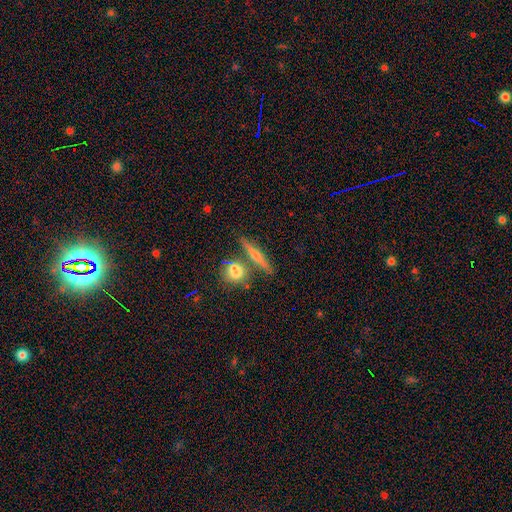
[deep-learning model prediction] Smooth or featured: featured or disk — 49% (smooth — 41%)
Merging: none — 75% (merger — 14%)